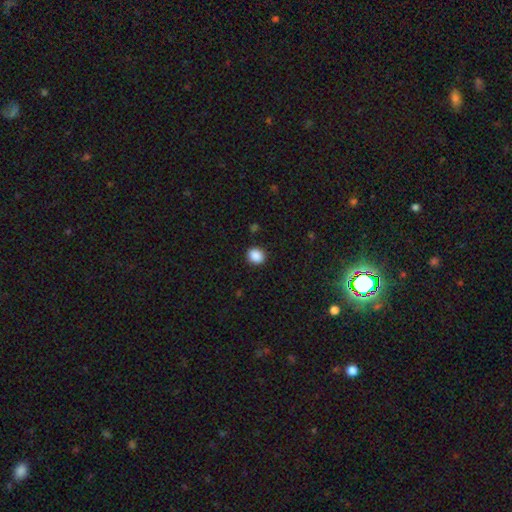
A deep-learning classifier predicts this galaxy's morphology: Smooth or featured? smooth (88%)
How rounded? round (75%)
Merging? none (90%)